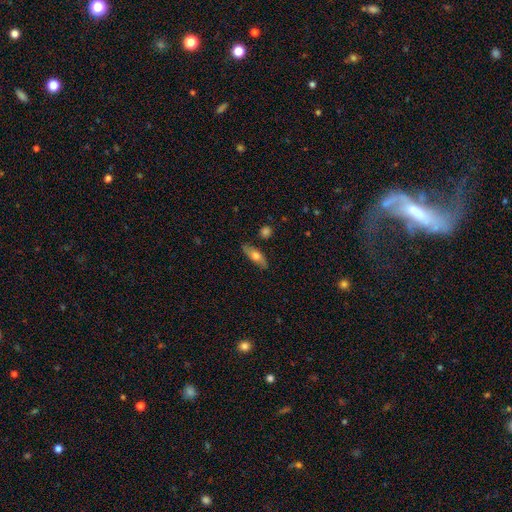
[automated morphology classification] A smooth galaxy with no disk features (62%) that is in between round and cigar-shaped (59%). Merging: none (83%).